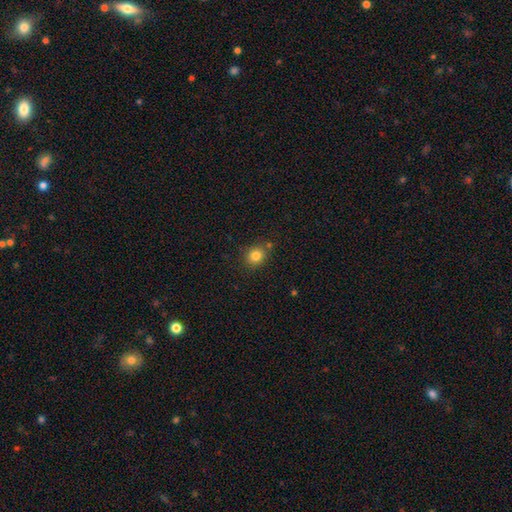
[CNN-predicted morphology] smooth_or_featured: smooth (p=0.82) [alt: star or artifact p=0.12]
how_rounded: round (p=0.74) [alt: in between p=0.25]
merging: none (p=0.79) [alt: minor disturbance p=0.11]